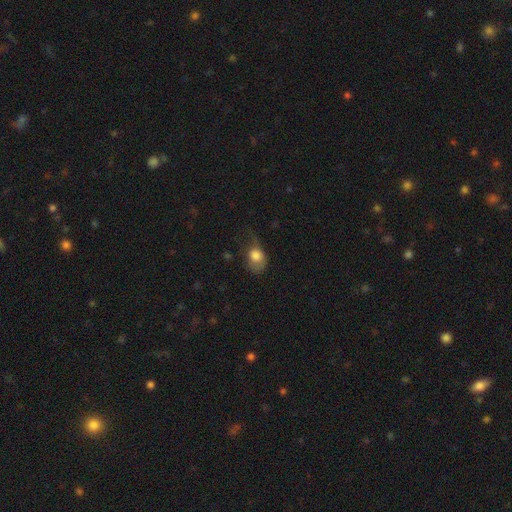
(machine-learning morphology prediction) smooth_or_featured: smooth (p=0.76) [alt: featured or disk p=0.15]
how_rounded: in between (p=0.59) [alt: round p=0.39]
merging: major disturbance (p=0.42) [alt: minor disturbance p=0.32]